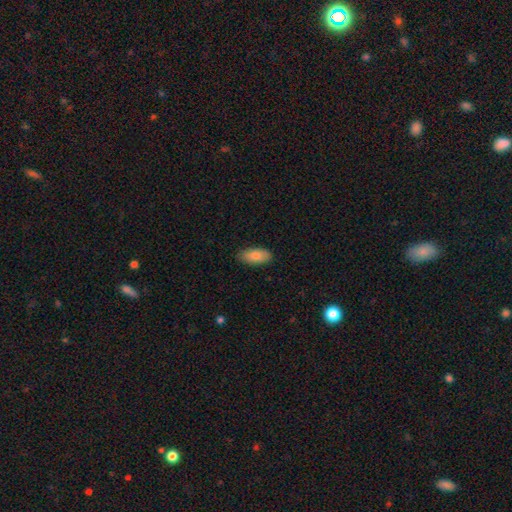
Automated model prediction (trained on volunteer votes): This appears to be a smooth galaxy with no disk features (84%) that is in between round and cigar-shaped (91%). Merging: none (87%).